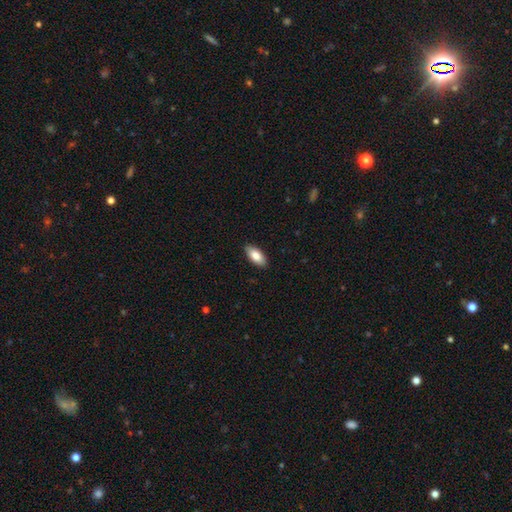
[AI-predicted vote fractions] smooth 83%, featured or disk 11%, star or artifact 6%. Down the decision tree: how rounded — in between (87%); merging — none (89%).